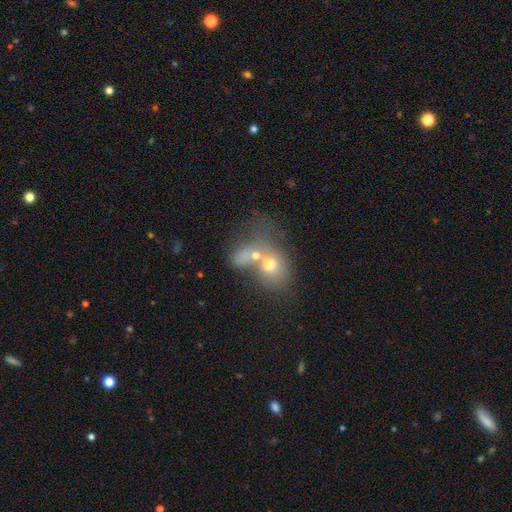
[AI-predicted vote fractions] This appears to be a smooth galaxy with no disk features (59%) that is round (49%, tied with in between). Merging: merger (75%).